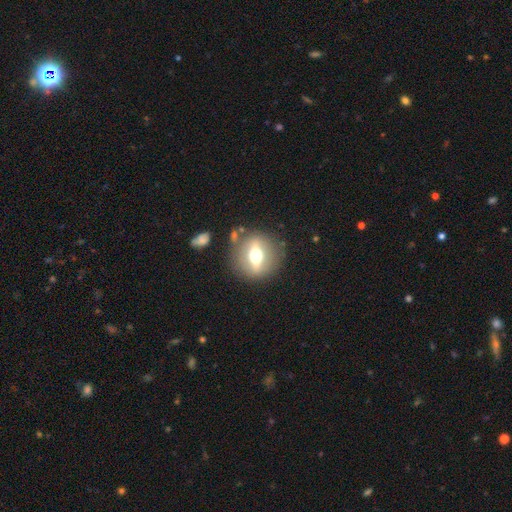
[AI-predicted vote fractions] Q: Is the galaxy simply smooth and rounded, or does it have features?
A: featured or disk — 53%.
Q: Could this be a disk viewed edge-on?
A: no — 57%.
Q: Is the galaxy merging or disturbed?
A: none — 81%.